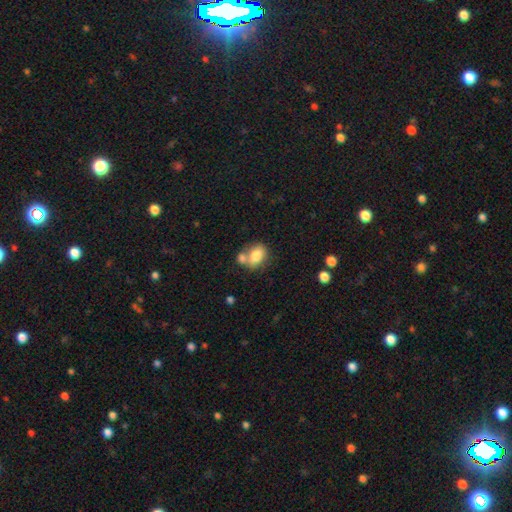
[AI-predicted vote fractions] smooth 78%, featured or disk 14%, star or artifact 8%. Down the decision tree: how rounded — in between (65%); merging — none (42%).